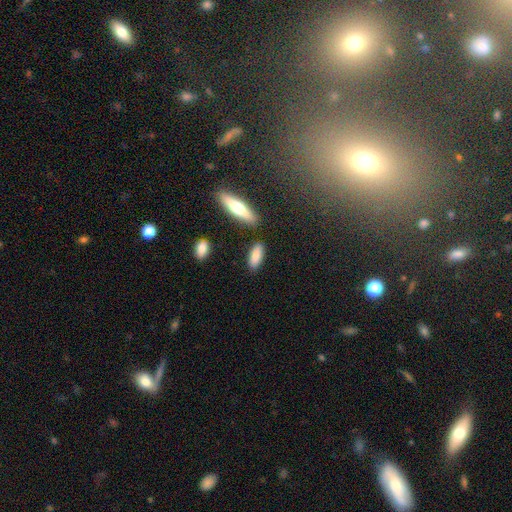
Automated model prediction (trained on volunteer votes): Smooth or featured? smooth (83%)
How rounded? in between (67%)
Merging? none (82%)